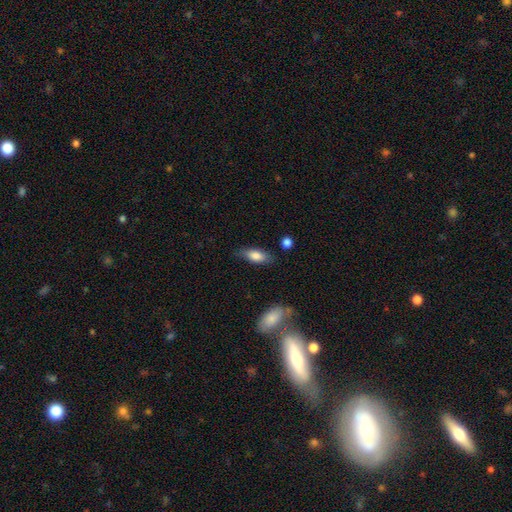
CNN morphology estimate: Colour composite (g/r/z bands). It shows a smooth galaxy with no disk features (79%) that is in between round and cigar-shaped (79%). Merging: none (75%).